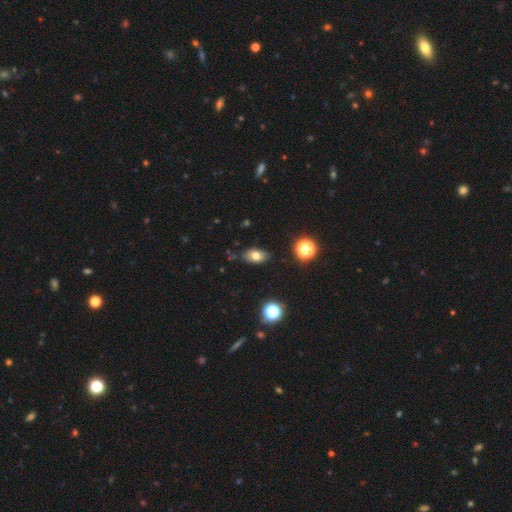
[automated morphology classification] smooth 75%, featured or disk 14%, star or artifact 11%. Down the decision tree: how rounded — in between (86%); merging — none (80%).